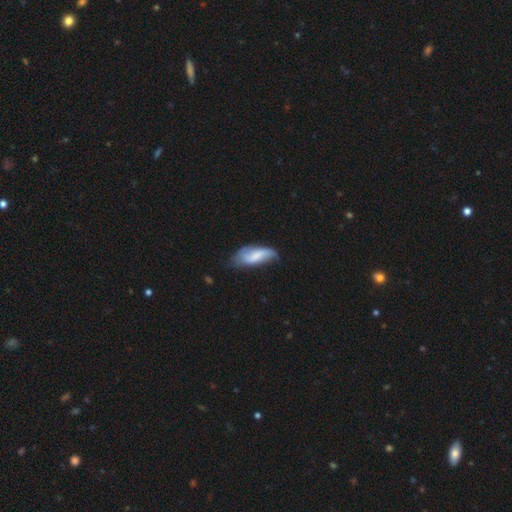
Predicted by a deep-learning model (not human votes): A smooth galaxy with no disk features (61%) that is in between round and cigar-shaped (77%).

Vote fractions:
- Smooth or featured? smooth: 61% / featured or disk: 33% / star or artifact: 7%
- How rounded? in between: 77% / cigar-shaped: 20% / round: 2%
- Merging? none: 41% / minor disturbance: 39% / major disturbance: 16% / merger: 3%